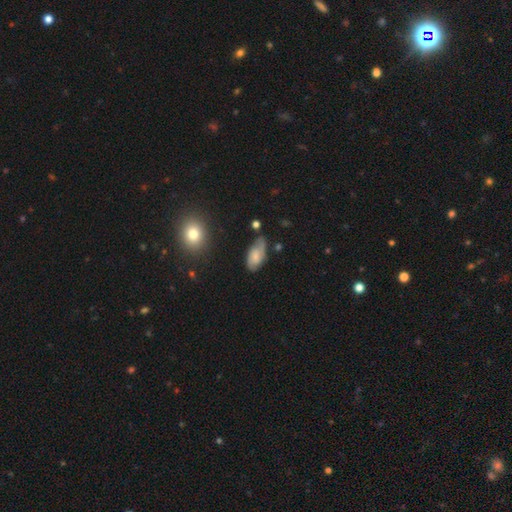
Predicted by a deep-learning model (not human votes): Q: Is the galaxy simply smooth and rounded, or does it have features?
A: smooth — 61%.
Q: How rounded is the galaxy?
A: in between — 91%.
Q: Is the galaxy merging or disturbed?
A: none — 55%.